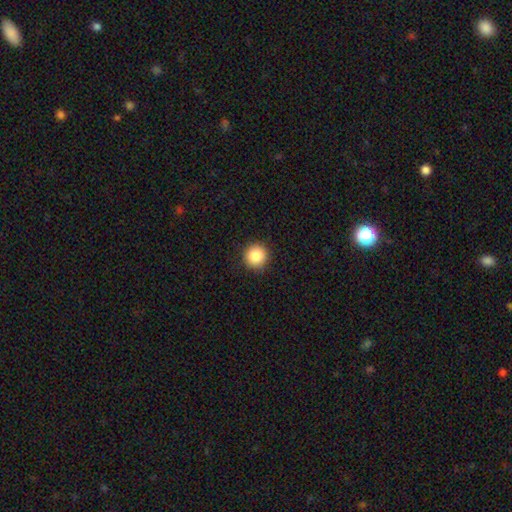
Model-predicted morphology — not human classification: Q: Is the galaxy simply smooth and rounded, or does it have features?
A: smooth — 86%.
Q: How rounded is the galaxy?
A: round — 94%.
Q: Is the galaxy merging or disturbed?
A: none — 91%.